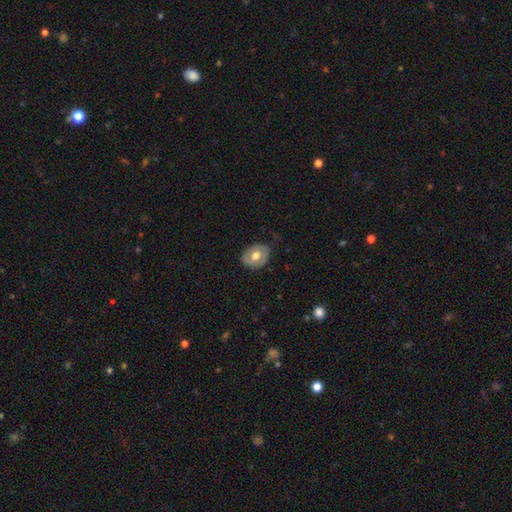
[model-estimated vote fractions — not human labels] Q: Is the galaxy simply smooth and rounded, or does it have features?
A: smooth — 53%.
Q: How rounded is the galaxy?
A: in between — 56%.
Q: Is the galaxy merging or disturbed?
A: none — 76%.